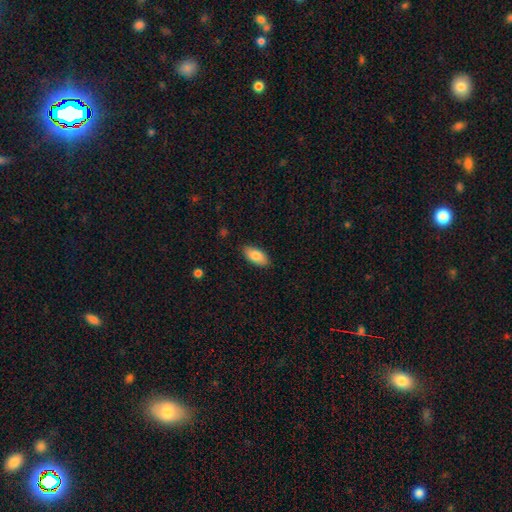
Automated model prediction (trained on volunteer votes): This is clearly a smooth galaxy (84%). How rounded: clearly in between (91%). Merging: clearly none (87%).